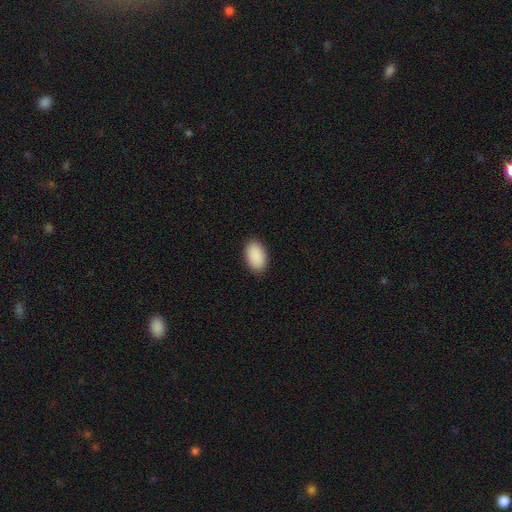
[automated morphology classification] This is clearly a smooth galaxy (91%). How rounded: clearly in between (94%). Merging: clearly none (89%).